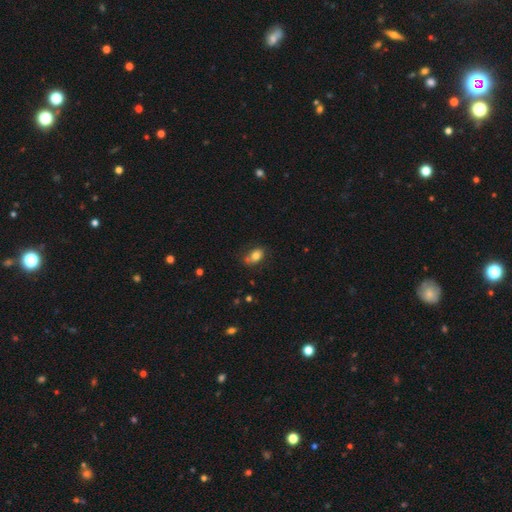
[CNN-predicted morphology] smooth_or_featured: smooth (p=0.78) [alt: featured or disk p=0.13]
how_rounded: in between (p=0.85) [alt: round p=0.12]
merging: none (p=0.60) [alt: minor disturbance p=0.27]